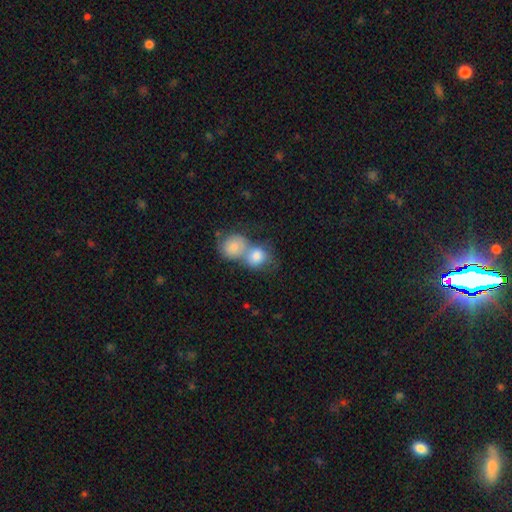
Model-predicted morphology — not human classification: smooth_or_featured: smooth (p=0.79) [alt: featured or disk p=0.13]
how_rounded: round (p=0.69) [alt: in between p=0.29]
merging: merger (p=0.67) [alt: none p=0.23]